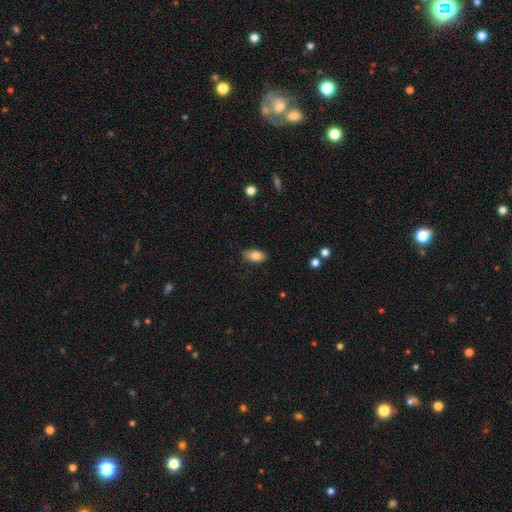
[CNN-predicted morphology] type=smooth (83%); roundness=in between (90%); merging=none (82%).